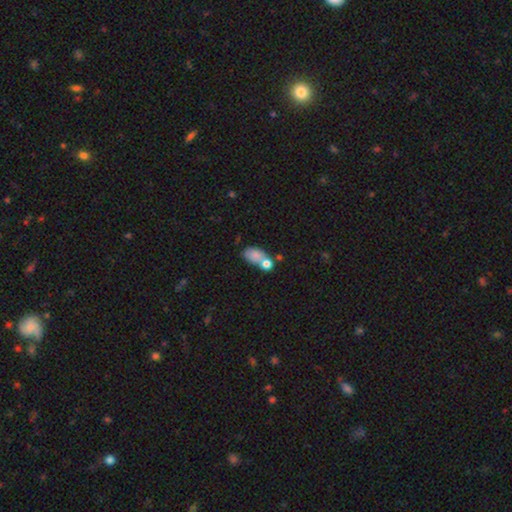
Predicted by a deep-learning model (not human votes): Smooth or featured? Predicted: smooth (p=0.77). How rounded? Predicted: in between (p=0.81). Merging? Predicted: merger (p=0.42).